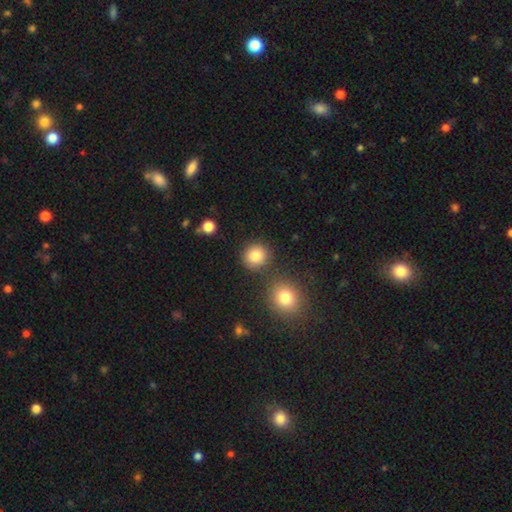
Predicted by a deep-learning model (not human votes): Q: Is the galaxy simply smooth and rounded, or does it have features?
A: smooth — 85%.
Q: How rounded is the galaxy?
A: round — 90%.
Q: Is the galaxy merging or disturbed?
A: none — 82%.